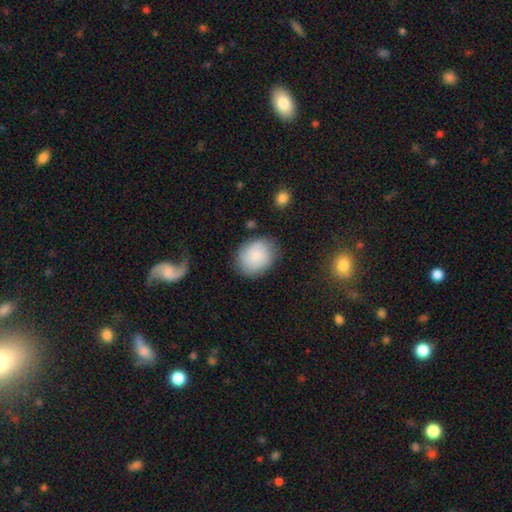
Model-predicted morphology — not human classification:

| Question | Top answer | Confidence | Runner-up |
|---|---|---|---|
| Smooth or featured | smooth | 81% | featured or disk (12%) |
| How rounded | round | 52% | in between (47%) |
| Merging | none | 77% | minor disturbance (16%) |